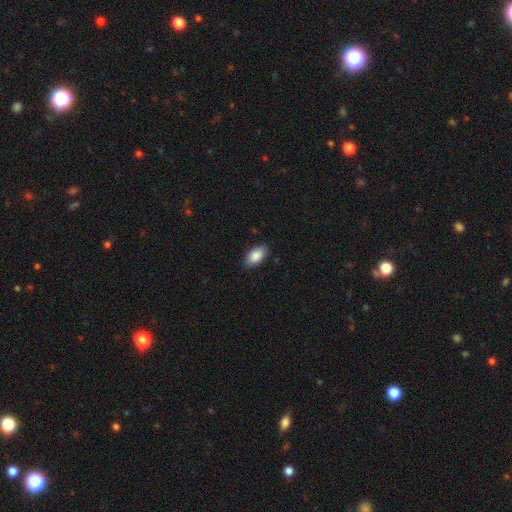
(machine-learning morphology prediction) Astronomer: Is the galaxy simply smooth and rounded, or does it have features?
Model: smooth — 88%.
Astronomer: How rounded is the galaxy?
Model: in between — 95%.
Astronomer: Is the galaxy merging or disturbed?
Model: none — 85%.